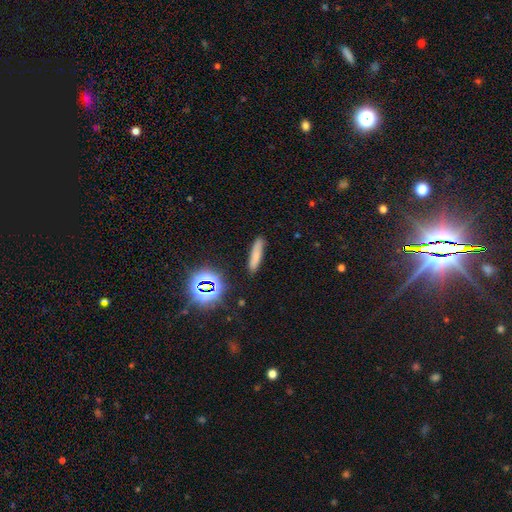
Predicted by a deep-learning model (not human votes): Q: Smooth or featured?
A: smooth (74%); runner-up: star or artifact (15%)
Q: How rounded?
A: cigar-shaped (86%); runner-up: in between (12%)
Q: Merging?
A: none (86%); runner-up: minor disturbance (9%)